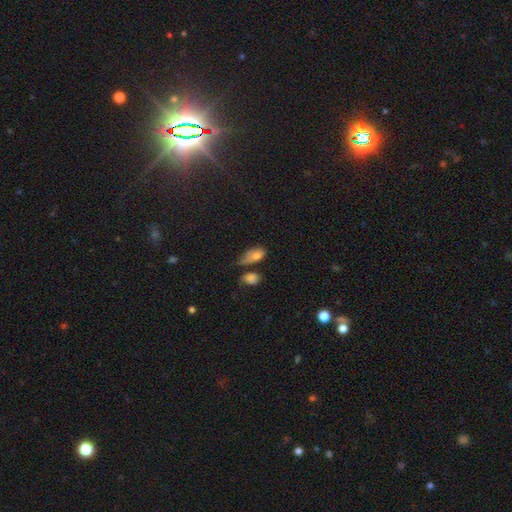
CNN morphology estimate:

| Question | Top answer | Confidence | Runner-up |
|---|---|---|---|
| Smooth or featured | smooth | 72% | featured or disk (16%) |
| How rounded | in between | 87% | cigar-shaped (7%) |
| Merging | none | 35% | minor disturbance (30%) |